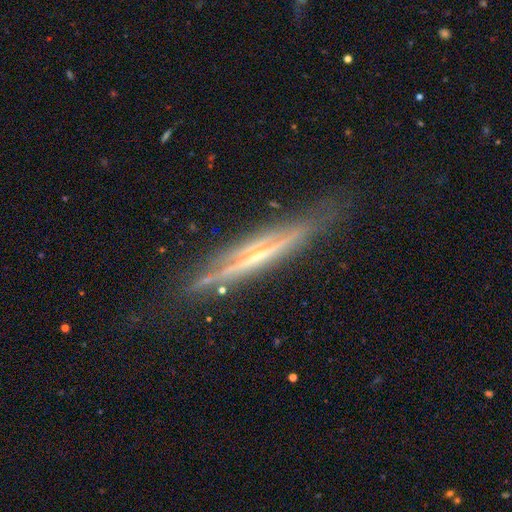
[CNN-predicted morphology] Q: Smooth or featured?
A: featured or disk (80%); runner-up: smooth (13%)
Q: Edge-on disk?
A: yes (96%); runner-up: no (4%)
Q: Edge-on bulge?
A: none (46%); runner-up: rounded (44%)
Q: Merging?
A: none (79%); runner-up: minor disturbance (15%)